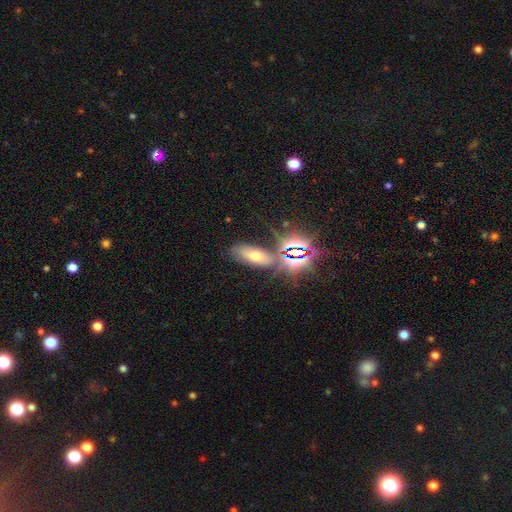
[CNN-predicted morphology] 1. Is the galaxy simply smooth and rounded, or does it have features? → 41% smooth, 37% star or artifact, 22% featured or disk.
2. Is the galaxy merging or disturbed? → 69% none, 15% minor disturbance, 8% merger, 7% major disturbance.